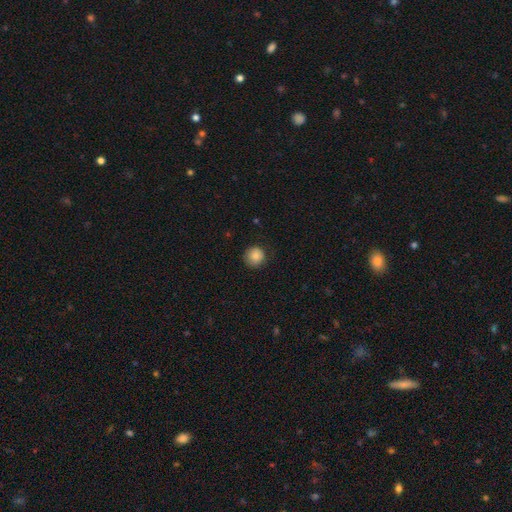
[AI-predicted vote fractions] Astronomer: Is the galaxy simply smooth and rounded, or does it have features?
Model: smooth — 85%.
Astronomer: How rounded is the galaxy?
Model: round — 93%.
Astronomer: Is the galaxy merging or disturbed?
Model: none — 83%.